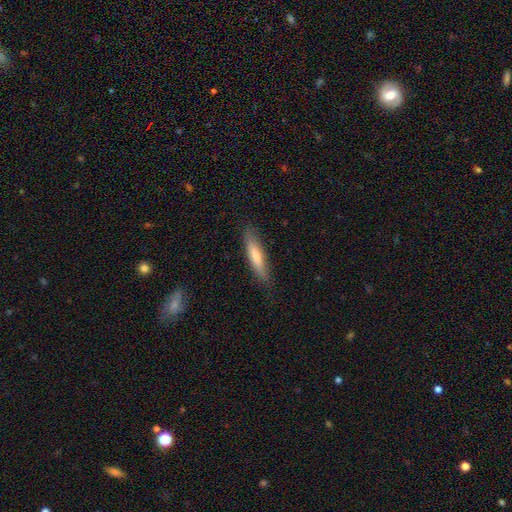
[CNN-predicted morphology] Smooth or featured? smooth (69%)
How rounded? cigar-shaped (83%)
Merging? none (85%)